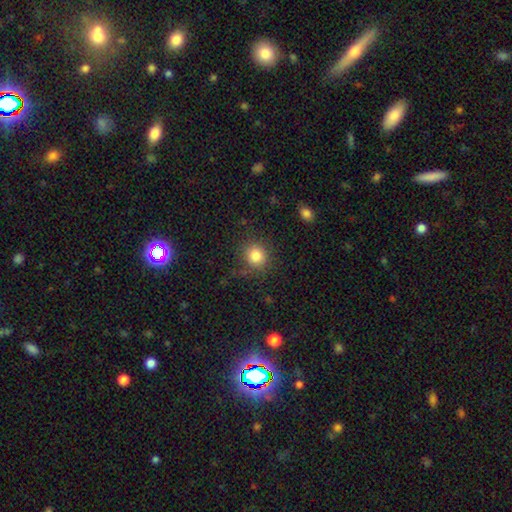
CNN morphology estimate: smooth 84%, star or artifact 11%, featured or disk 6%. Down the decision tree: how rounded — round (88%); merging — none (83%).